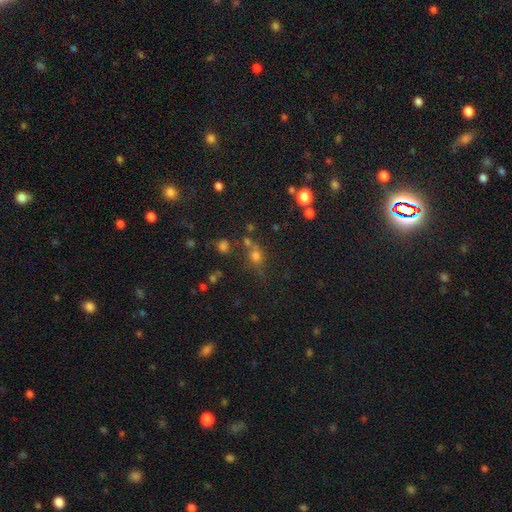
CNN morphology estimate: smooth-or-featured: smooth: 62% | star or artifact: 26% | featured or disk: 12%
  how-rounded: round: 73% | in between: 24% | cigar-shaped: 3%
  merging: none: 62% | minor disturbance: 16% | merger: 15% | major disturbance: 8%